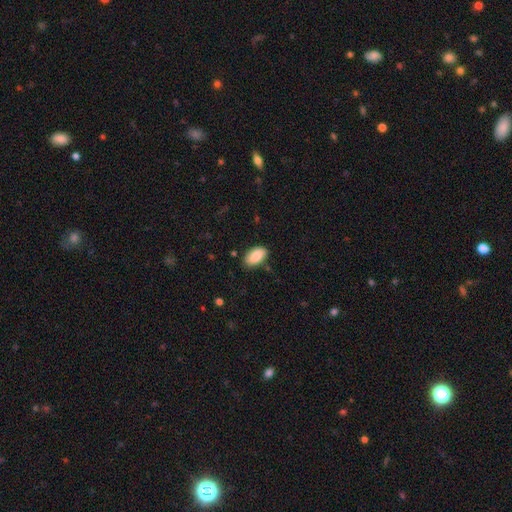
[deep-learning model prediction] smooth 86%, featured or disk 7%, star or artifact 6%. Down the decision tree: how rounded — in between (95%); merging — none (83%).